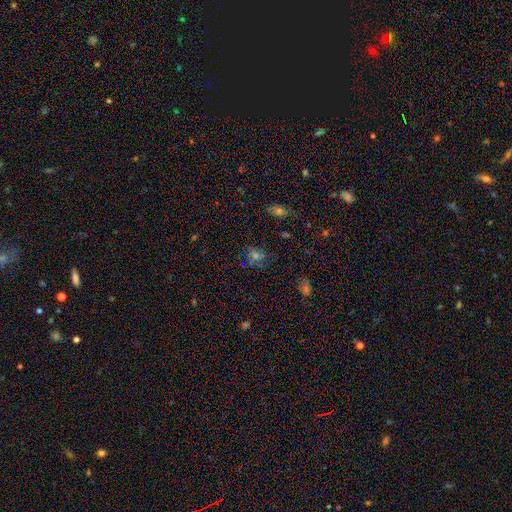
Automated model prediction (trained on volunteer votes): A star or artifact, not a galaxy (44%).